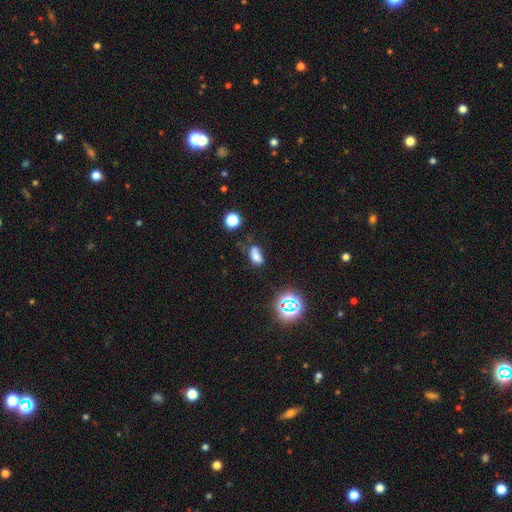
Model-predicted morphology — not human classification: Overall: smooth (67%). How rounded: in between (85%). Merging: none (45%; minor disturbance 30%).